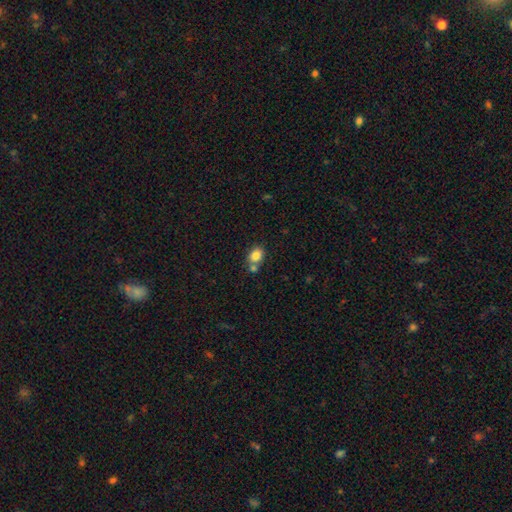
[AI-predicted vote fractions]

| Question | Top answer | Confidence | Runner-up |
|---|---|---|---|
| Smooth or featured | smooth | 82% | star or artifact (10%) |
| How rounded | in between | 53% | round (46%) |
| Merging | none | 55% | merger (30%) |